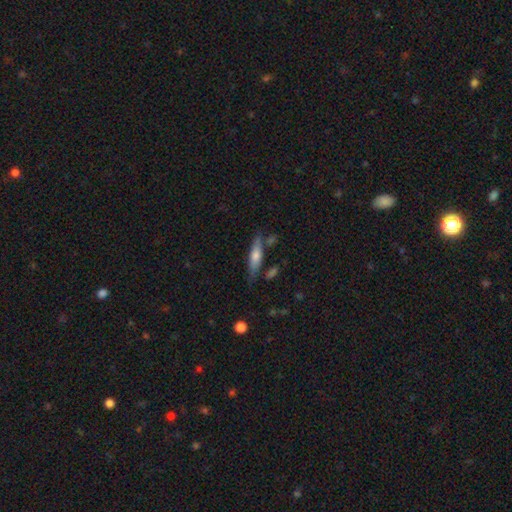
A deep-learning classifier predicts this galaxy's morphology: This appears to be a smooth galaxy with no disk features (54%) that is cigar-shaped (72%). Merging: none (70%).